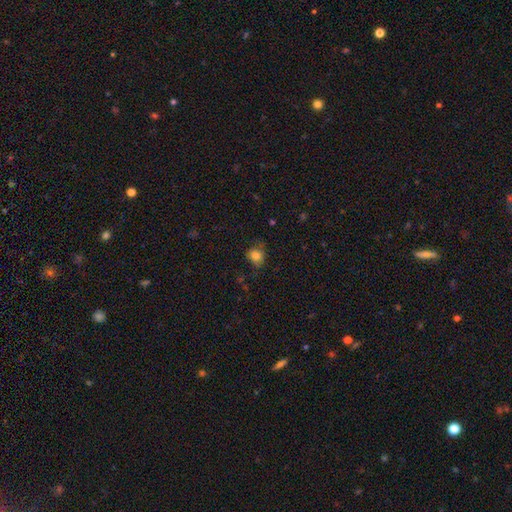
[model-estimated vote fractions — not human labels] Smooth or featured?
  - smooth: 82% *
  - star or artifact: 11%
  - featured or disk: 7%
How rounded?
  - round: 71% *
  - in between: 28%
  - cigar-shaped: 1%
Merging?
  - none: 66% *
  - minor disturbance: 24%
  - major disturbance: 8%
  - merger: 2%